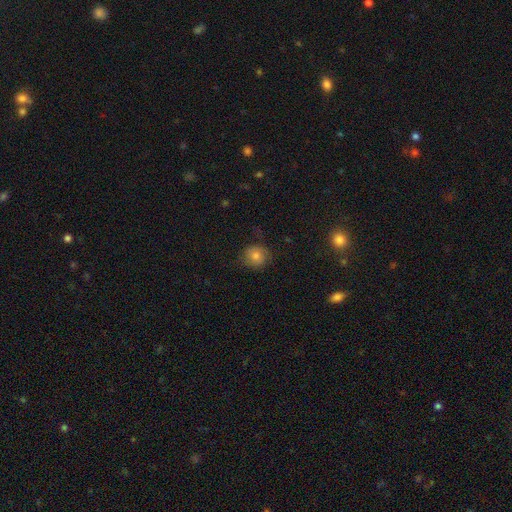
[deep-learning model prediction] This appears to be a smooth galaxy with no disk features (72%) that is round (80%). Merging: none (70%).